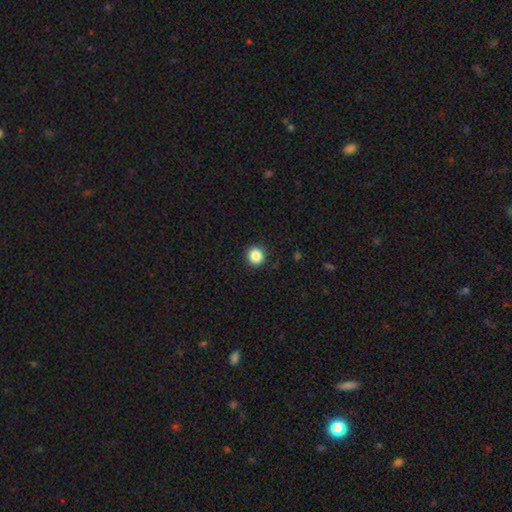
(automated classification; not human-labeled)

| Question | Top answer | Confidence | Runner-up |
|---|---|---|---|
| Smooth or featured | smooth | 87% | star or artifact (10%) |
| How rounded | round | 89% | in between (10%) |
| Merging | none | 90% | minor disturbance (7%) |